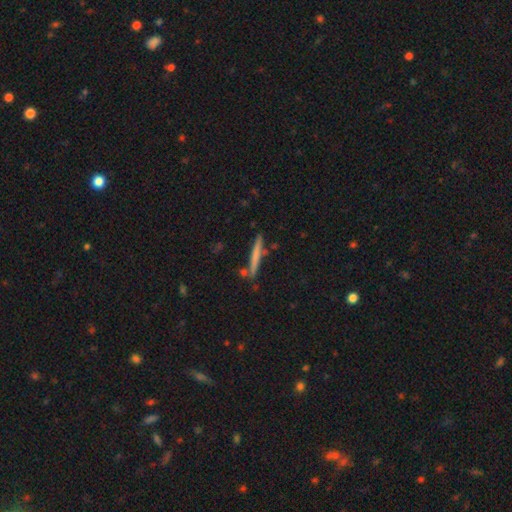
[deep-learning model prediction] This appears to be a smooth galaxy with no disk features (59%) that is cigar-shaped (96%). Merging: none (82%).